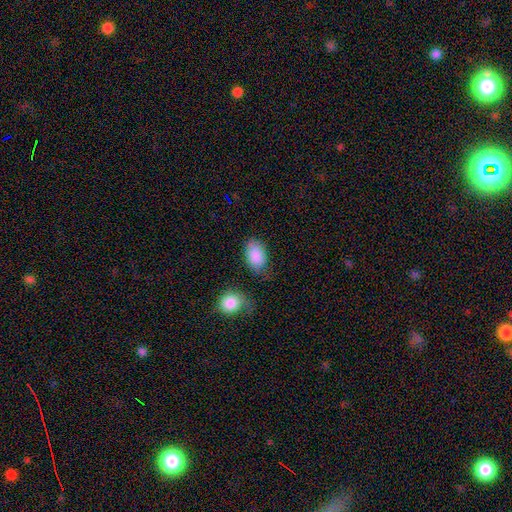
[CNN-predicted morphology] smooth-or-featured: smooth: 88% | star or artifact: 7% | featured or disk: 5%
  how-rounded: in between: 91% | round: 8% | cigar-shaped: 1%
  merging: none: 63% | minor disturbance: 23% | major disturbance: 7% | merger: 6%